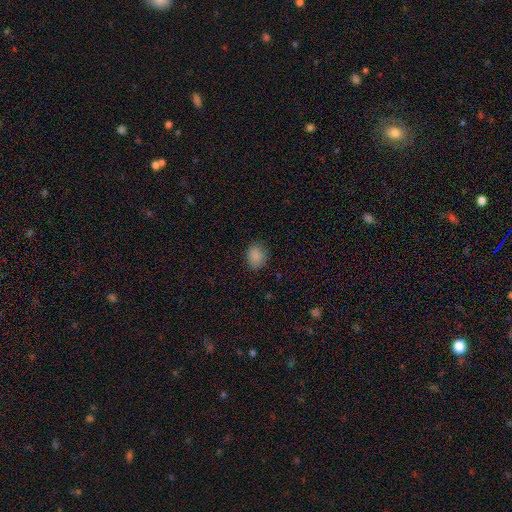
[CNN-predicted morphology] Overall: smooth (86%). How rounded: round (55%; in between 45%). Merging: none (83%).